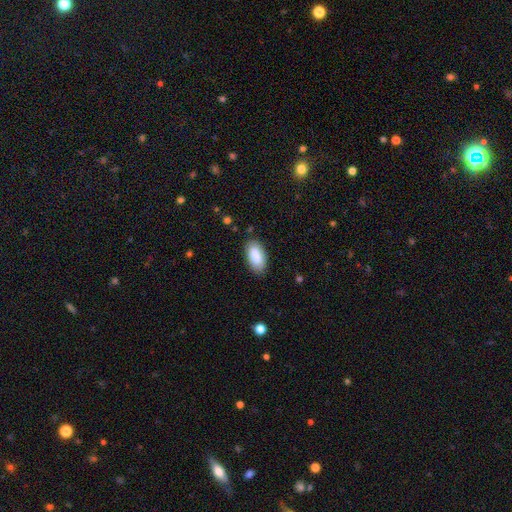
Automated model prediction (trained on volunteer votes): Smooth or featured? Predicted: smooth (p=0.88). How rounded? Predicted: in between (p=0.94). Merging? Predicted: none (p=0.85).